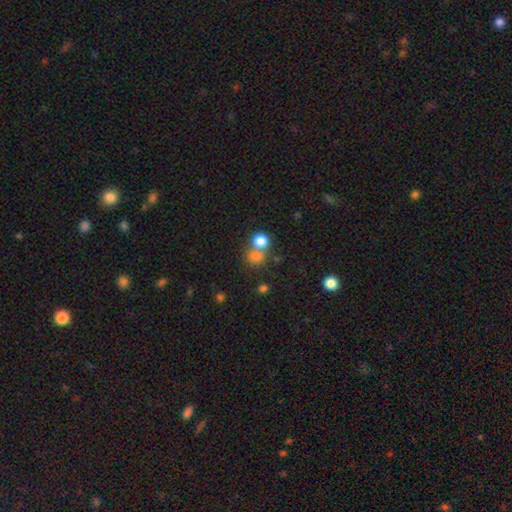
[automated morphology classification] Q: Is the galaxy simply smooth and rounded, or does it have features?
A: smooth — 76%.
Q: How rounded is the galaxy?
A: round — 75%.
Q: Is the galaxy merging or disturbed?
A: none — 45%.